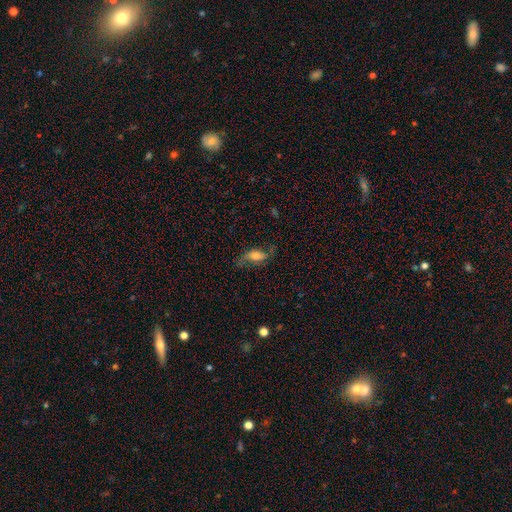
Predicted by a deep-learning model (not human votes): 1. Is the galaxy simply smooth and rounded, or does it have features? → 55% featured or disk, 36% smooth, 9% star or artifact.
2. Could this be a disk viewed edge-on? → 88% no, 12% yes.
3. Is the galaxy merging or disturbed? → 63% none, 20% minor disturbance, 15% major disturbance, 2% merger.